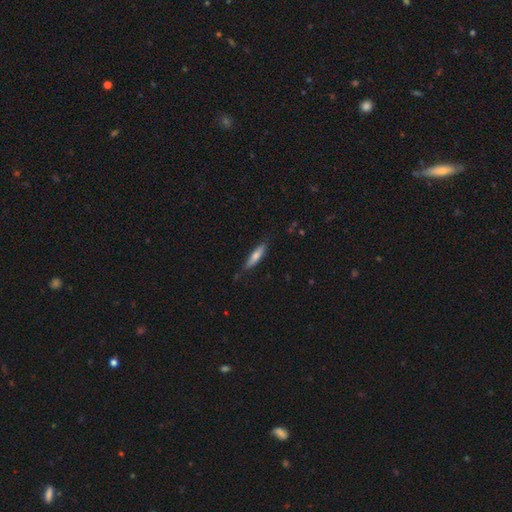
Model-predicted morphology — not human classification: smooth_or_featured: smooth (p=0.57) [alt: featured or disk p=0.37]
how_rounded: cigar-shaped (p=0.83) [alt: in between p=0.16]
merging: none (p=0.79) [alt: minor disturbance p=0.16]